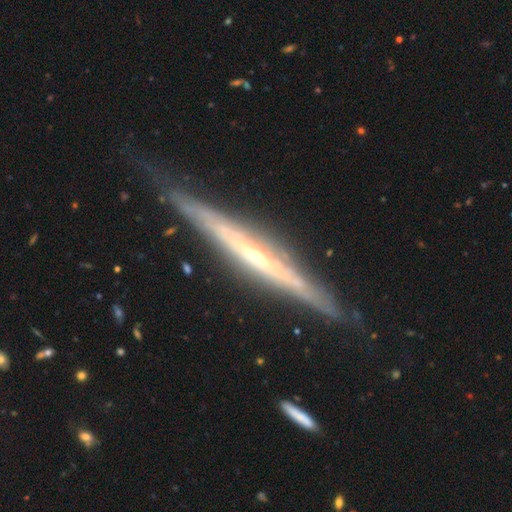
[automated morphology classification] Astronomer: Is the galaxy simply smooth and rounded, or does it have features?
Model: featured or disk — 82%.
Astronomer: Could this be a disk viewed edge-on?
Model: yes — 93%.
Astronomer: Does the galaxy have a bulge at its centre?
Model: rounded — 47% (runner-up: none, 45%).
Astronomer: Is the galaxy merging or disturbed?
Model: none — 79%.